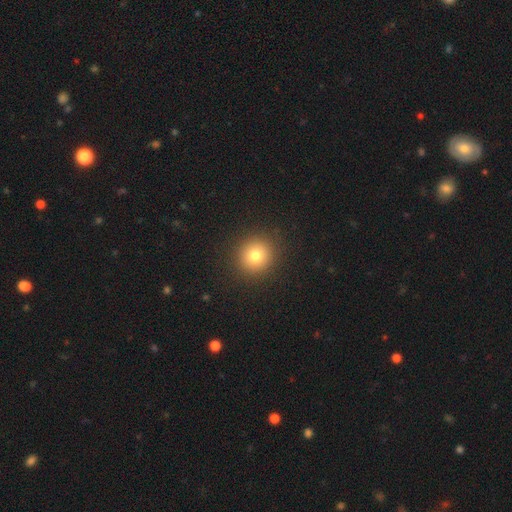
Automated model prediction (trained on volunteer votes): The model was most divided on "smooth or featured": smooth: 78%, star or artifact: 13%, featured or disk: 10%. More confident: how rounded — round (92%); merging — none (92%).